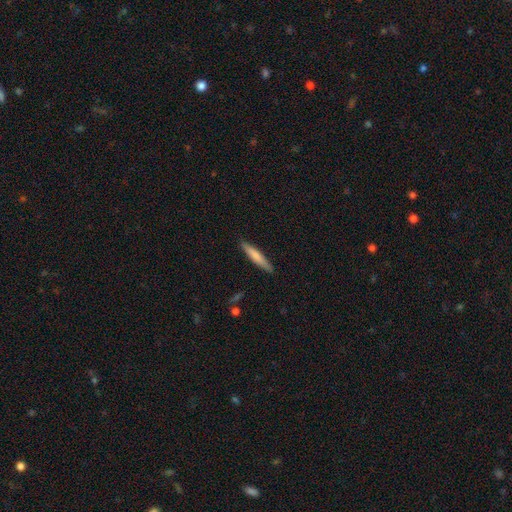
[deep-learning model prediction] Morphology: type=smooth (72%); roundness=cigar-shaped (92%); merging=none (89%).